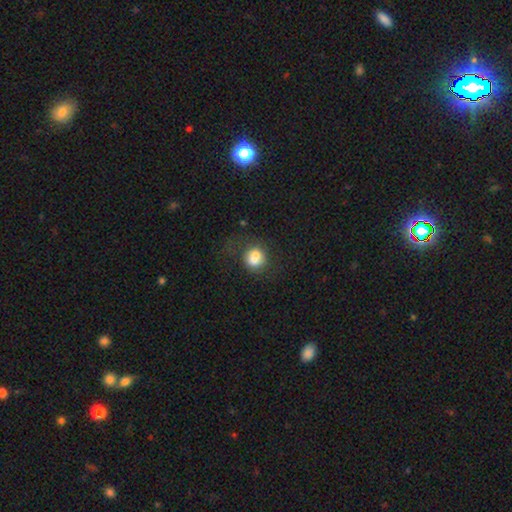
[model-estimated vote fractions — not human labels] Q: Smooth or featured?
A: smooth (70%); runner-up: featured or disk (18%)
Q: How rounded?
A: round (72%); runner-up: in between (26%)
Q: Merging?
A: none (42%); runner-up: merger (35%)